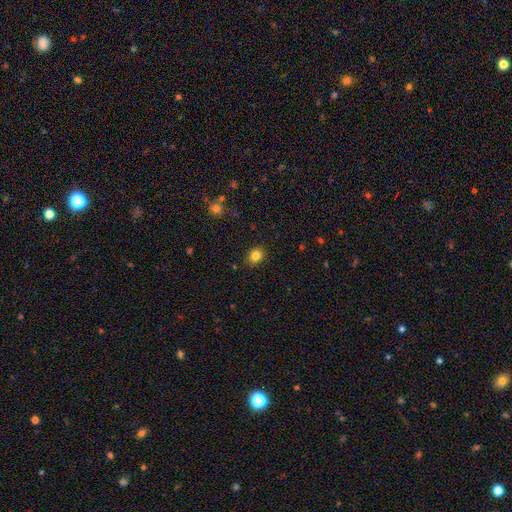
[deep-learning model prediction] Q: Smooth or featured?
A: smooth (83%); runner-up: star or artifact (12%)
Q: How rounded?
A: round (71%); runner-up: in between (28%)
Q: Merging?
A: none (89%); runner-up: minor disturbance (8%)